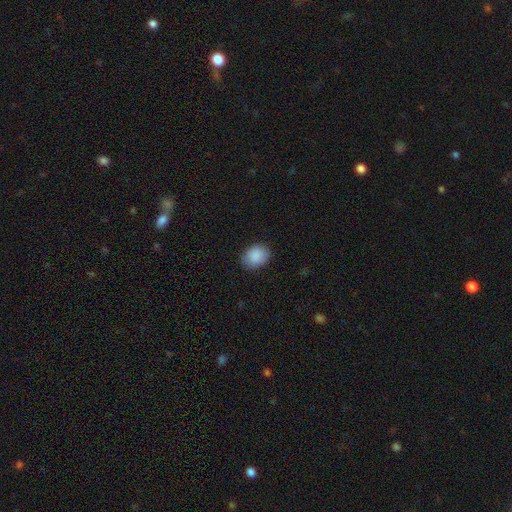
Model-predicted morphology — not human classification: Overall: smooth (90%). How rounded: in between (56%; round 43%). Merging: none (83%).